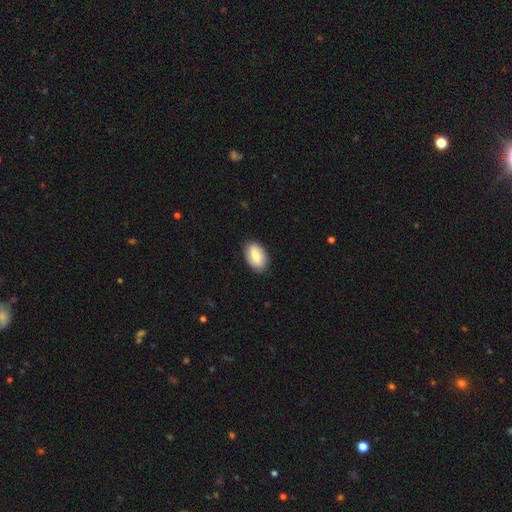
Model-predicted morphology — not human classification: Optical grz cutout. It shows a smooth galaxy with no disk features (68%) that is in between round and cigar-shaped (92%). Merging: none (85%).